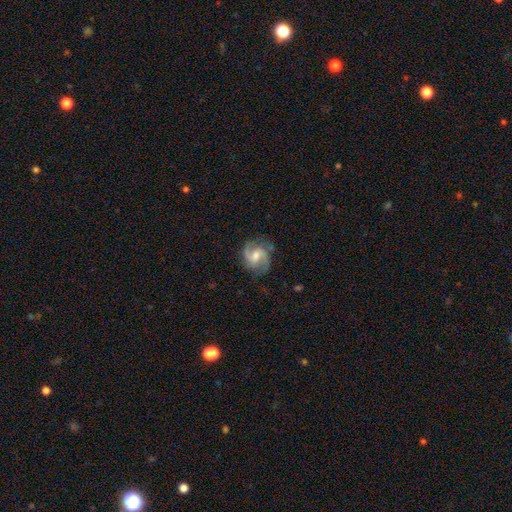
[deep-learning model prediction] smooth_or_featured: featured or disk (p=0.83) [alt: smooth p=0.11]
disk_edge_on: no (p=0.98) [alt: yes p=0.02]
bar: weak (p=0.47) [alt: no p=0.42]
has_spiral_arms: yes (p=0.96) [alt: no p=0.04]
spiral_winding: medium (p=0.53) [alt: loose p=0.24]
spiral_arm_count: 2 (p=0.76) [alt: 3 p=0.12]
bulge_size: moderate (p=0.60) [alt: small p=0.30]
merging: none (p=0.74) [alt: minor disturbance p=0.18]